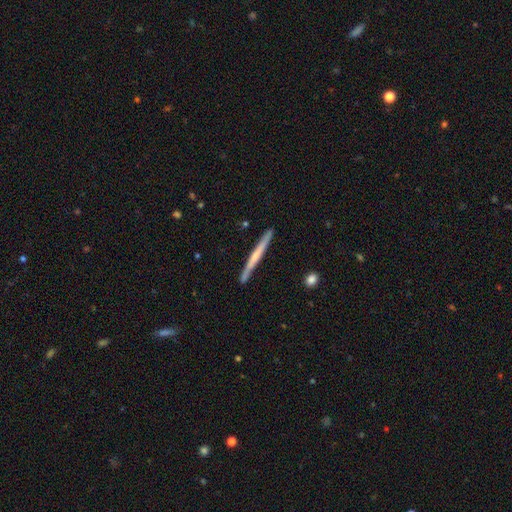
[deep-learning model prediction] This appears to be a featured or disk galaxy (53%) viewed edge-on (96%) with no central bulge (67%). Merging: none (87%).